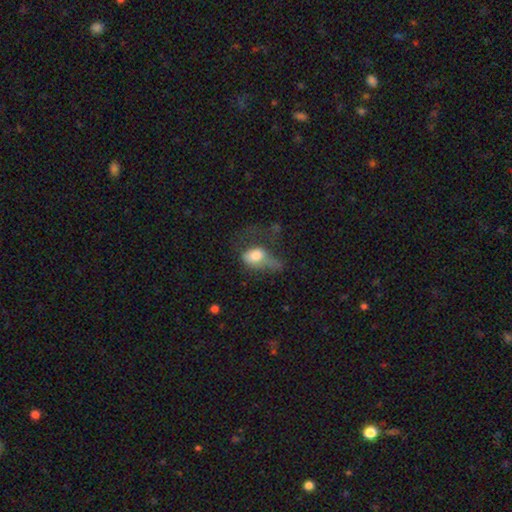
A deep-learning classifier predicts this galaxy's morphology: smooth 68%, featured or disk 23%, star or artifact 9%. Down the decision tree: how rounded — in between (78%); merging — major disturbance (58%).